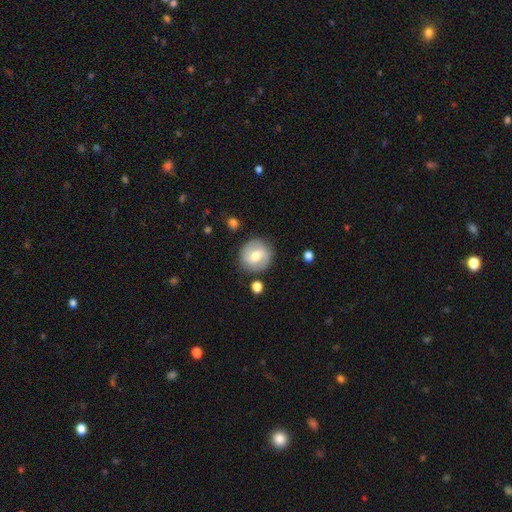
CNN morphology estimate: This appears to be a featured or disk galaxy (50%). Merging: none (83%).